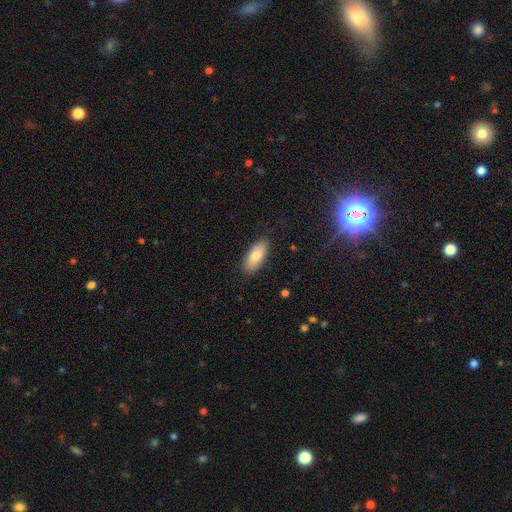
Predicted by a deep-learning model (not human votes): smooth_or_featured: smooth (p=0.78) [alt: featured or disk p=0.15]
how_rounded: in between (p=0.83) [alt: cigar-shaped p=0.15]
merging: none (p=0.86) [alt: minor disturbance p=0.11]